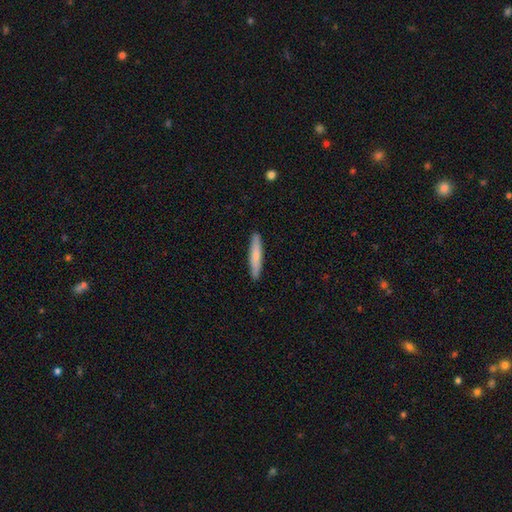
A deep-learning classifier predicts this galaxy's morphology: Overall: smooth (65%; featured or disk 30%). How rounded: cigar-shaped (92%). Merging: none (91%).